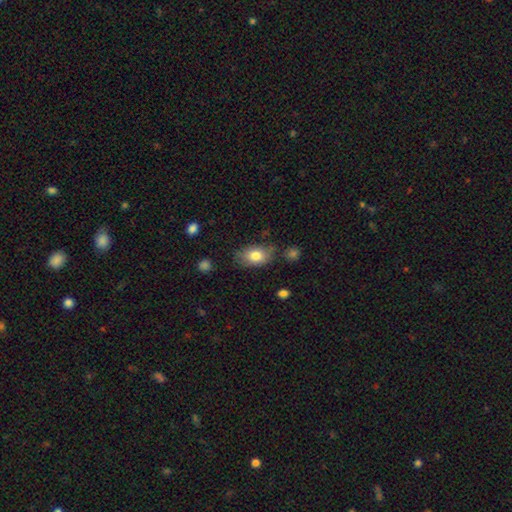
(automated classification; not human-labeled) This is clearly a smooth galaxy (81%). How rounded: clearly in between (88%). Merging: likely none (72%).